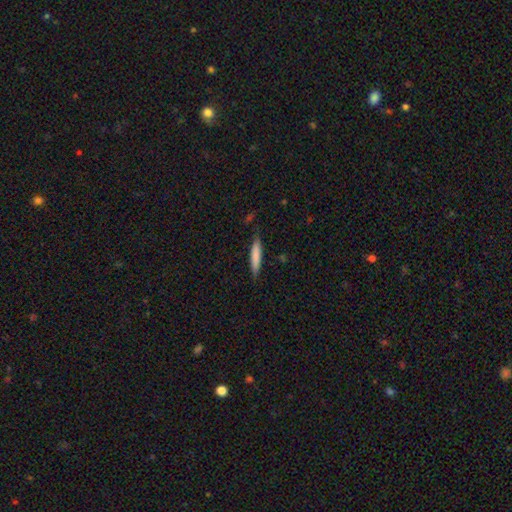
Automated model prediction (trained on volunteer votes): A smooth galaxy with no disk features (79%) that is cigar-shaped (89%). Merging: none (81%).